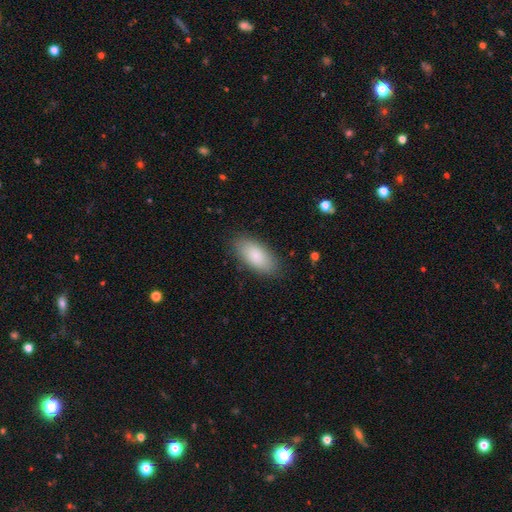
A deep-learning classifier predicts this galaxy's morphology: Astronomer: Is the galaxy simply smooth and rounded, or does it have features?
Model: smooth — 82%.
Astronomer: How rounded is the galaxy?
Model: in between — 91%.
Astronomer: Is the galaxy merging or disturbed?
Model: none — 85%.